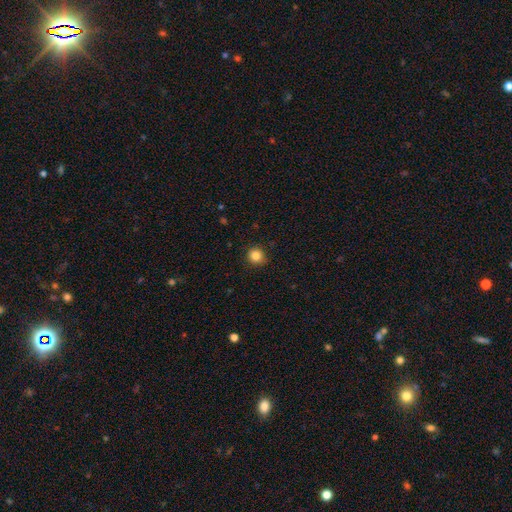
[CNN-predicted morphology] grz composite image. It shows a smooth galaxy with no disk features (84%) that is round (90%). Merging: none (89%).